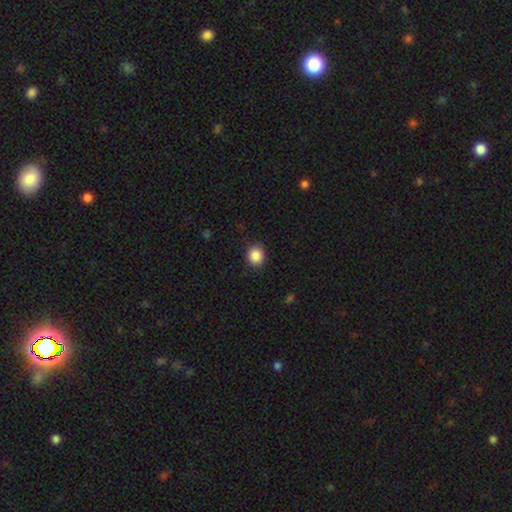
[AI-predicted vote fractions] Smooth or featured? Predicted: smooth (p=0.87). How rounded? Predicted: round (p=0.80). Merging? Predicted: none (p=0.87).